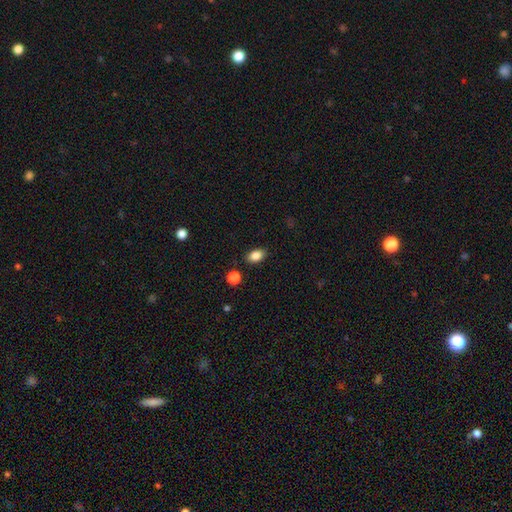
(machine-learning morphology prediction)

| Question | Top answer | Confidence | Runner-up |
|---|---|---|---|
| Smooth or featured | smooth | 86% | star or artifact (9%) |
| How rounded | in between | 86% | round (13%) |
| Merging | none | 86% | minor disturbance (9%) |